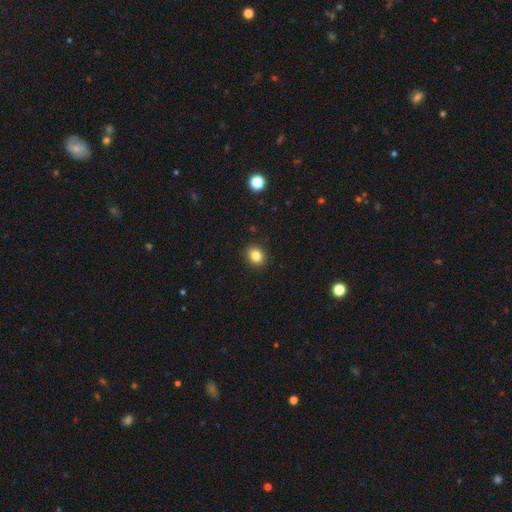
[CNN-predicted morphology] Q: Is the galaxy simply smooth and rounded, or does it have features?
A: smooth — 83%.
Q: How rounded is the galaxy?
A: round — 65%.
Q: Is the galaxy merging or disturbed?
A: none — 91%.